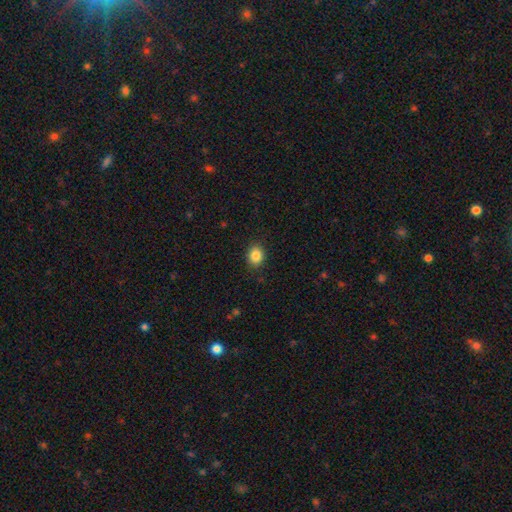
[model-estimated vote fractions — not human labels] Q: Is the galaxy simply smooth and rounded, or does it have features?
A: smooth — 86%.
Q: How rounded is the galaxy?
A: round — 51%.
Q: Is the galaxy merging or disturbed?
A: none — 88%.